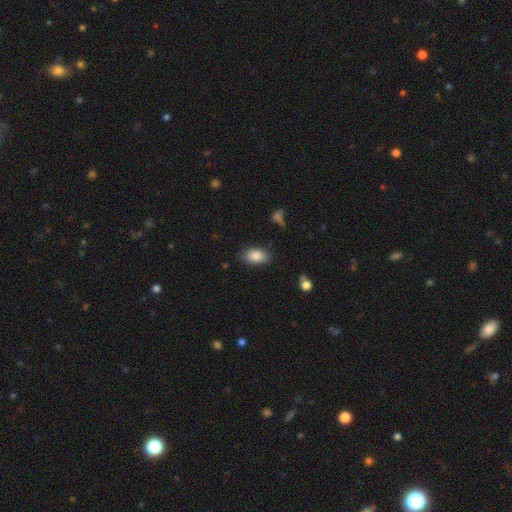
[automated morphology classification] smooth_or_featured: smooth (p=0.86) [alt: star or artifact p=0.08]
how_rounded: in between (p=0.91) [alt: round p=0.07]
merging: none (p=0.80) [alt: minor disturbance p=0.15]